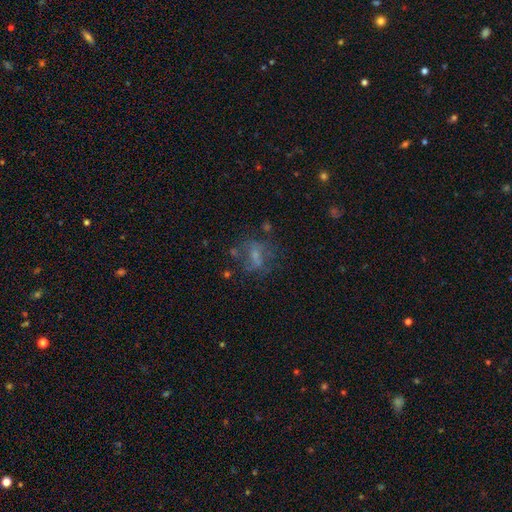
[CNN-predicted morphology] A featured or disk galaxy (41%). Merging: none (51%).